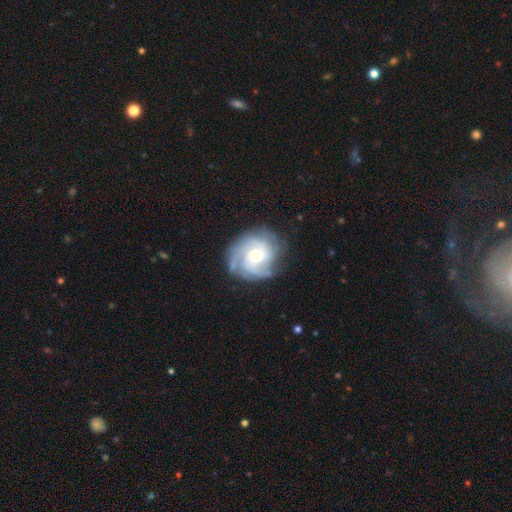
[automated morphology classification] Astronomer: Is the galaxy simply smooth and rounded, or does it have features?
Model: featured or disk — 81%.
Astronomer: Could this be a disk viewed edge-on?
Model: no — 98%.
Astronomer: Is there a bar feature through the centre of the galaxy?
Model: no — 69%.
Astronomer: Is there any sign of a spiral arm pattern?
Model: yes — 96%.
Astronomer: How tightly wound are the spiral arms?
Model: tight — 55% (runner-up: medium, 35%).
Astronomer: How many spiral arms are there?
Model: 3 — 33% (runner-up: can't tell, 23%).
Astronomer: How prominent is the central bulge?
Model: small — 52% (runner-up: moderate, 37%).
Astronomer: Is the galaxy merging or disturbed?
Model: none — 72%.